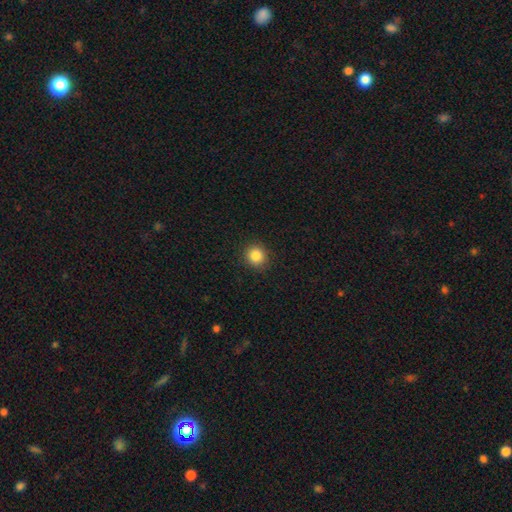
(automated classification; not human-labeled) Smooth or featured? Predicted: smooth (p=0.85). How rounded? Predicted: round (p=0.89). Merging? Predicted: none (p=0.90).